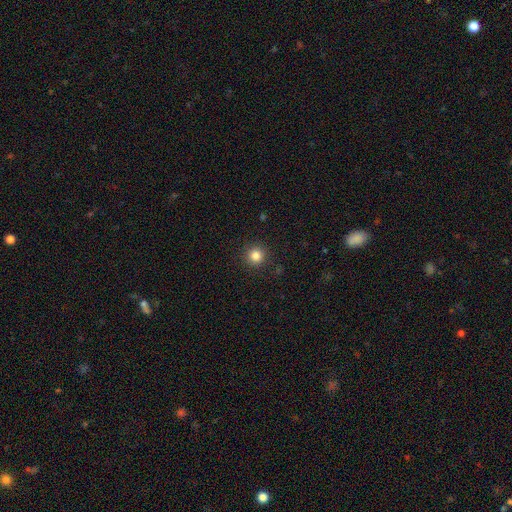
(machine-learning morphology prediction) This is clearly a smooth galaxy (83%). How rounded: clearly round (95%). Merging: clearly none (91%).